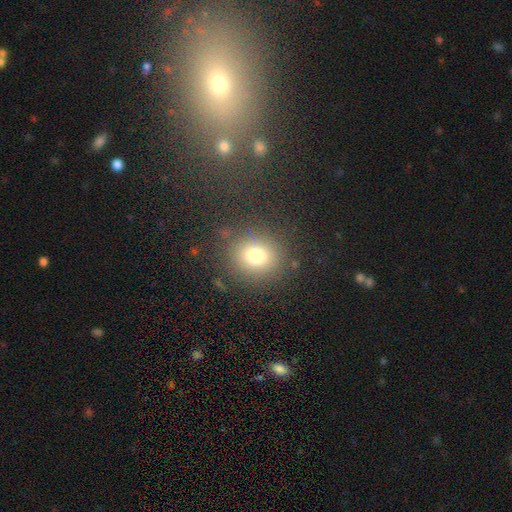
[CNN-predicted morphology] Smooth or featured? Predicted: smooth (p=0.75). How rounded? Predicted: round (p=0.75). Merging? Predicted: none (p=0.82).